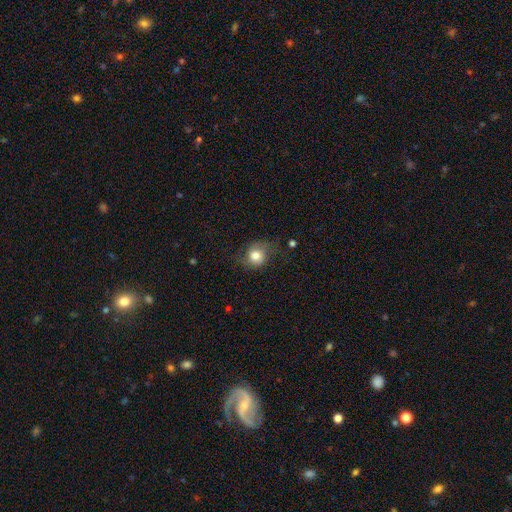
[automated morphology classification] Smooth or featured? smooth (73%)
How rounded? round (71%)
Merging? none (54%)